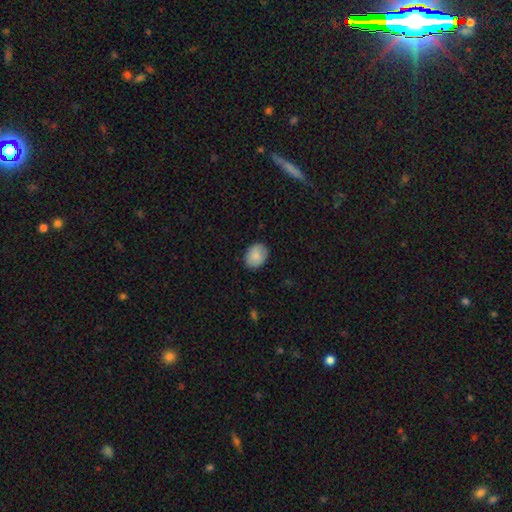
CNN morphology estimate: A smooth galaxy with no disk features (84%) that is in between round and cigar-shaped (59%). Merging: none (86%).